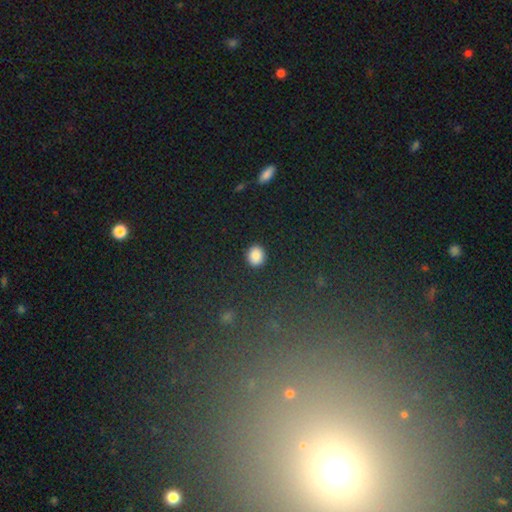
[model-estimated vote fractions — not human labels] smooth-or-featured: smooth: 86% | star or artifact: 10% | featured or disk: 4%
  how-rounded: round: 74% | in between: 25% | cigar-shaped: 1%
  merging: none: 90% | minor disturbance: 7% | major disturbance: 2% | merger: 1%